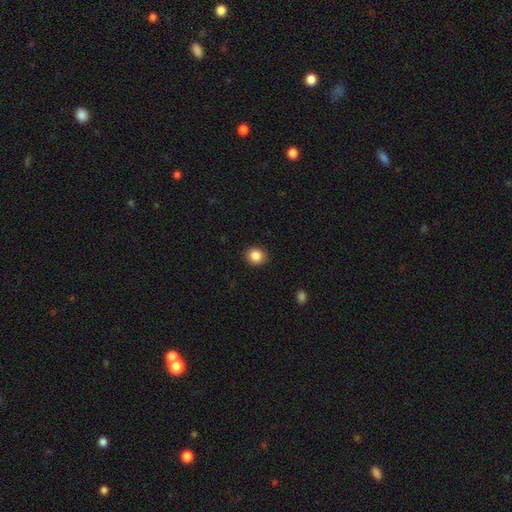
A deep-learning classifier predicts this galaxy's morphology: type=smooth (86%); roundness=round (81%); merging=none (91%).